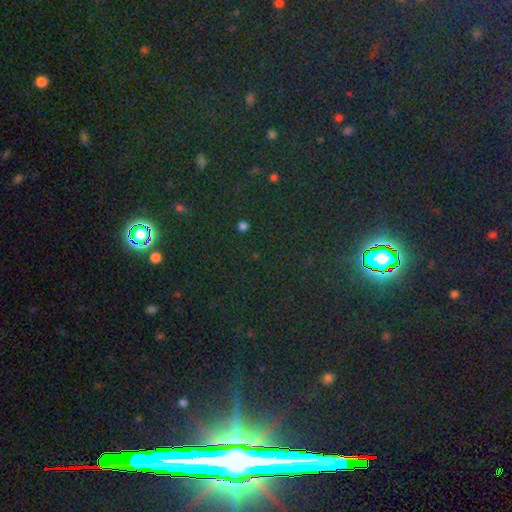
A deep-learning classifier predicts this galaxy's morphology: The model was most divided on "smooth or featured": star or artifact: 75%, smooth: 14%, featured or disk: 11%.